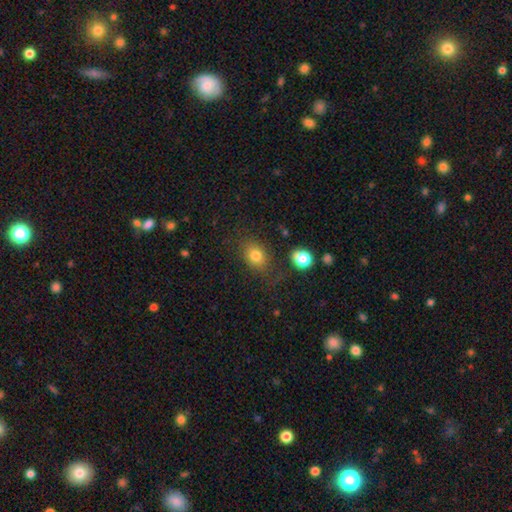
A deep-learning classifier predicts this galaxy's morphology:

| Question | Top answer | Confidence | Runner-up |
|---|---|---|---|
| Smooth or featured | smooth | 77% | star or artifact (13%) |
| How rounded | in between | 55% | round (44%) |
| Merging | none | 72% | minor disturbance (16%) |